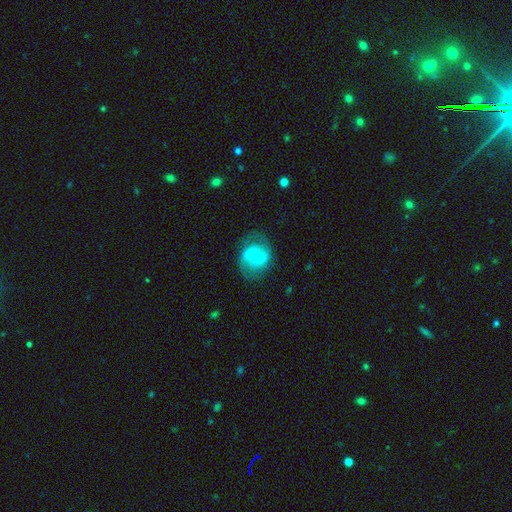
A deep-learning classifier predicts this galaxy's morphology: This is likely a featured or disk galaxy (61%). It is clearly not viewed edge-on (97%). Bar: possibly no (54%). Spiral arm pattern: clearly yes (86%). Spiral arm count: clearly 2 (83%). Spiral winding: possibly medium (49%). Central bulge: possibly small (52%). Merging: likely none (68%).